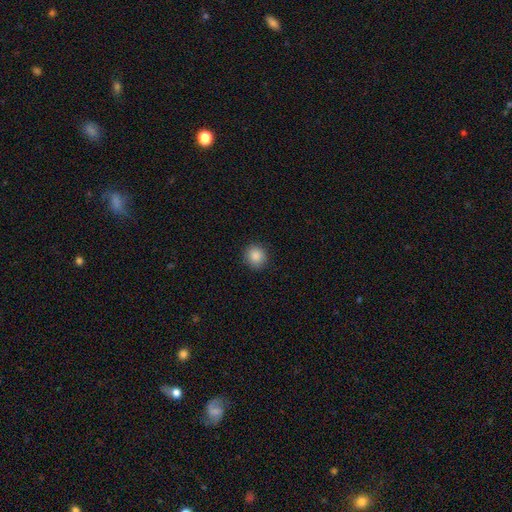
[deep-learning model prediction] Smooth or featured? Predicted: smooth (p=0.88). How rounded? Predicted: round (p=0.88). Merging? Predicted: none (p=0.90).